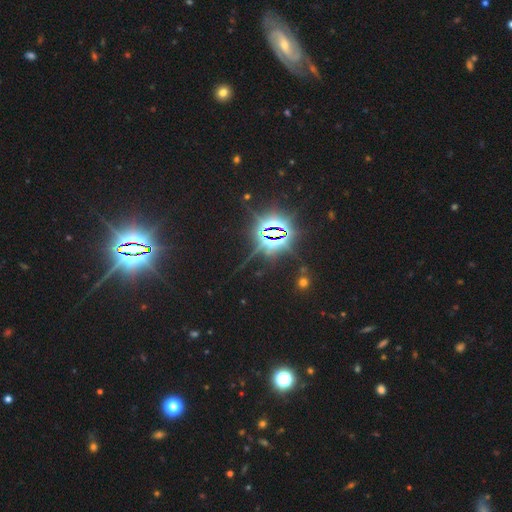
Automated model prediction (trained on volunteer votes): smooth-or-featured: star or artifact: 85% | smooth: 8% | featured or disk: 7%